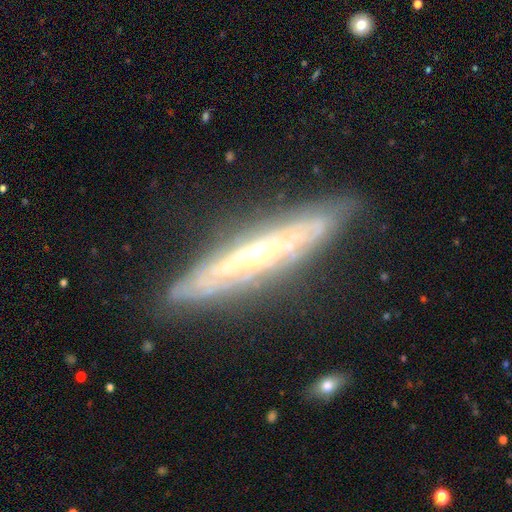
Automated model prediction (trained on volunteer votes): Morphology: type=featured or disk (82%); edge-on=yes (61%); edge-on bulge=rounded (63%); merging=none (79%).